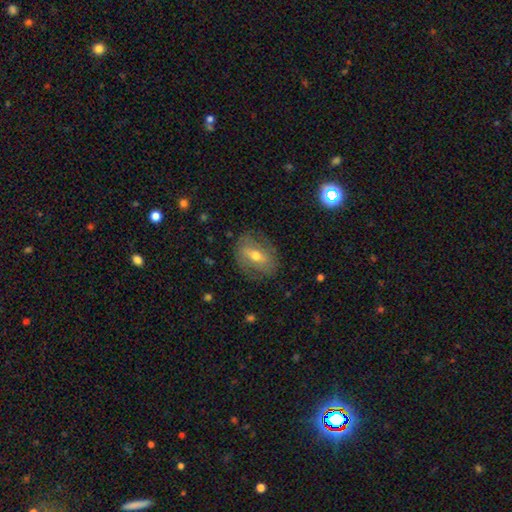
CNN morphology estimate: type=featured or disk (55%); edge-on=no (86%); merging=none (74%).